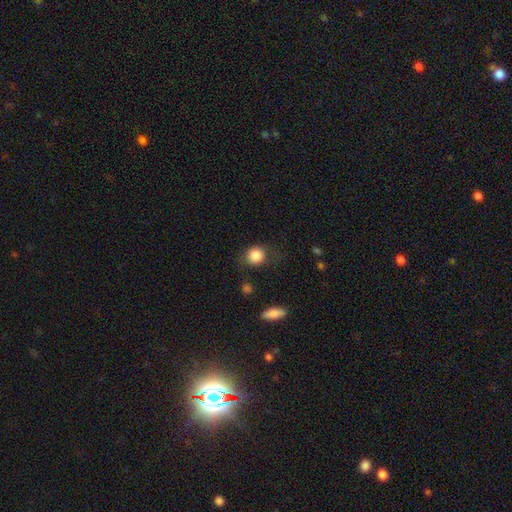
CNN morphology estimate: smooth_or_featured: smooth (p=0.85) [alt: star or artifact p=0.09]
how_rounded: round (p=0.80) [alt: in between p=0.19]
merging: none (p=0.74) [alt: minor disturbance p=0.16]